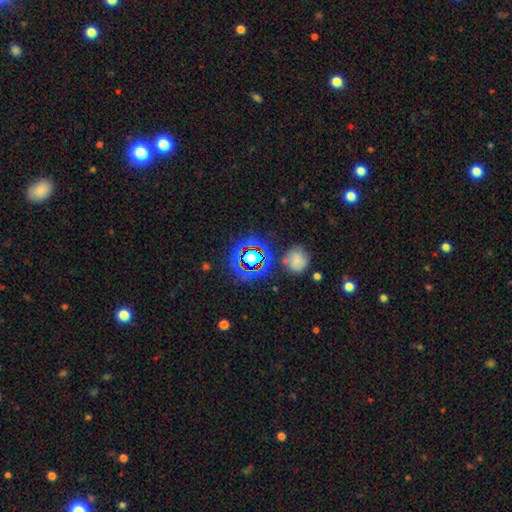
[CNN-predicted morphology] This appears to be a star or artifact, not a galaxy (63%).